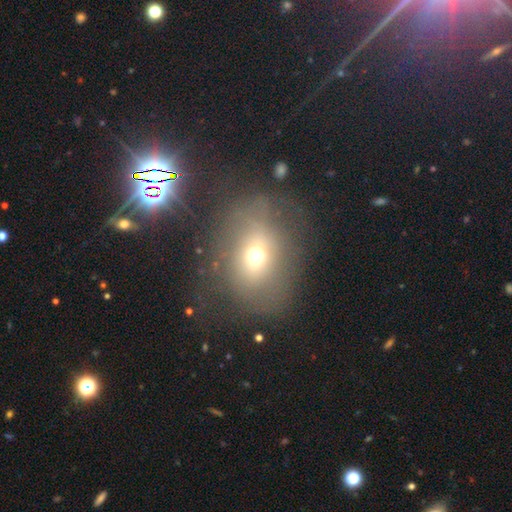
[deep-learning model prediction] Morphology: type=smooth (56%); roundness=round (51%); merging=none (54%).